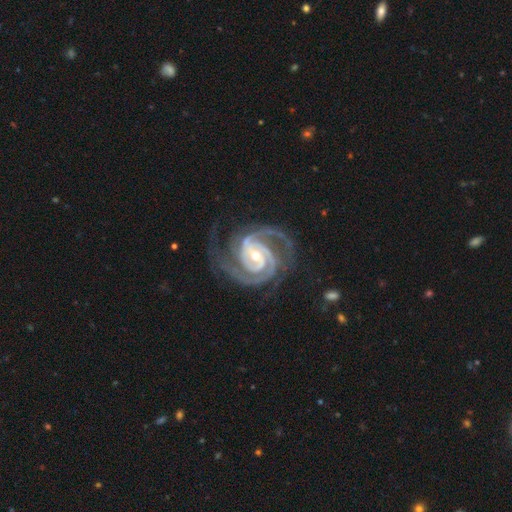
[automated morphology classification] Overall: featured or disk (95%). Edge-on disk: no (98%). Bar: weak (40%; no 33%). Spiral arms: yes (99%). Spiral arm count: 3 (40%; 2 37%). Spiral winding: tight (60%; medium 35%). Bulge size: moderate (54%; small 42%). Merging: none (69%).